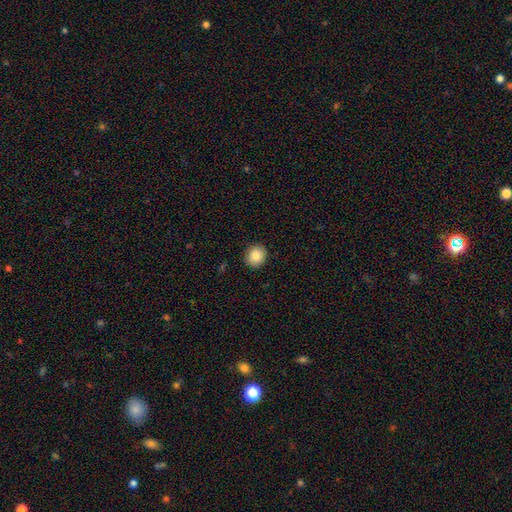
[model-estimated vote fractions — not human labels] Smooth or featured?
  - smooth: 86% *
  - star or artifact: 8%
  - featured or disk: 6%
How rounded?
  - round: 80% *
  - in between: 19%
  - cigar-shaped: 1%
Merging?
  - none: 91% *
  - minor disturbance: 6%
  - major disturbance: 2%
  - merger: 1%